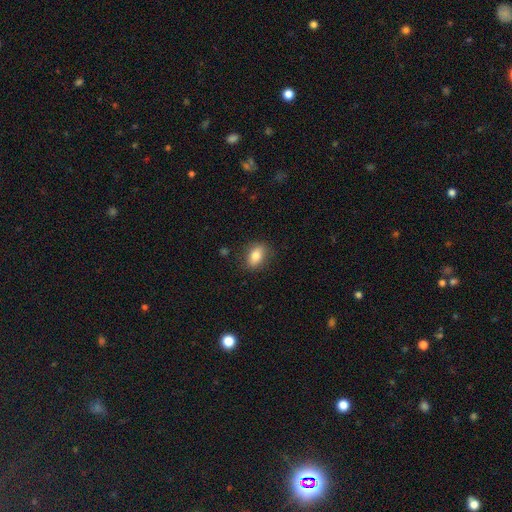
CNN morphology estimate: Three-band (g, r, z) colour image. It shows a smooth galaxy with no disk features (79%) that is in between round and cigar-shaped (79%). Merging: none (84%).